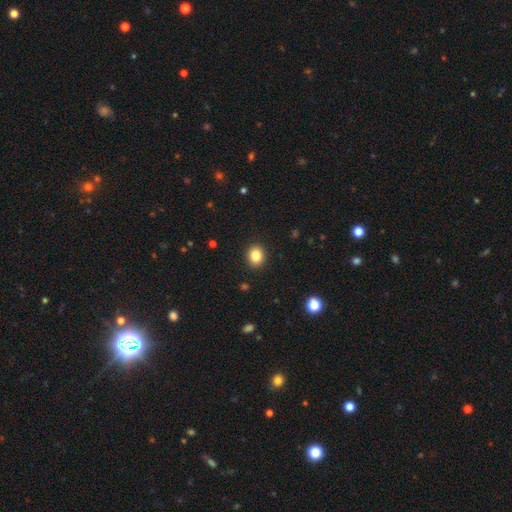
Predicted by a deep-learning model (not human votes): smooth 85%, star or artifact 10%, featured or disk 5%. Down the decision tree: how rounded — round (63%); merging — none (91%).